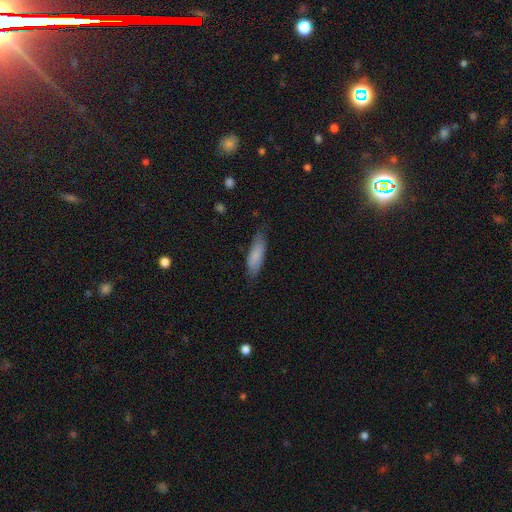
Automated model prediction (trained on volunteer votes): smooth 81%, featured or disk 13%, star or artifact 6%. Down the decision tree: how rounded — in between (51%); merging — none (76%).